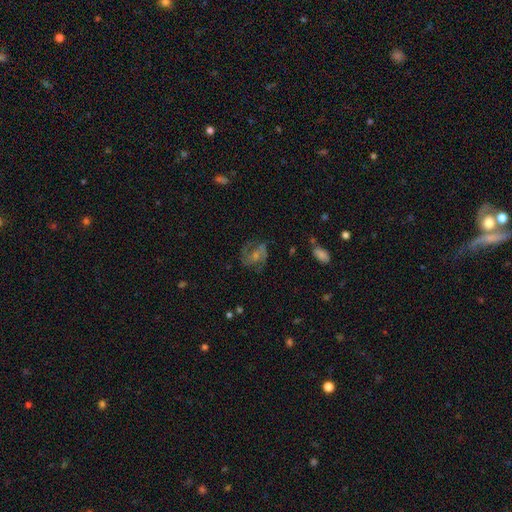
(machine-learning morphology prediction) Smooth or featured? Predicted: featured or disk (p=0.74). Edge-on disk? Predicted: no (p=0.97). Bar? Predicted: no (p=0.47). Spiral arms? Predicted: yes (p=0.92). Spiral winding? Predicted: medium (p=0.53). Spiral arm count? Predicted: 2 (p=0.72). Bulge size? Predicted: small (p=0.50). Merging? Predicted: none (p=0.73).